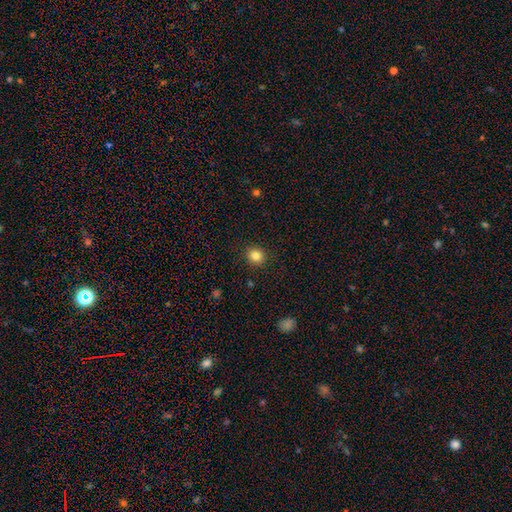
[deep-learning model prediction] Overall: smooth (83%). How rounded: round (85%). Merging: none (91%).